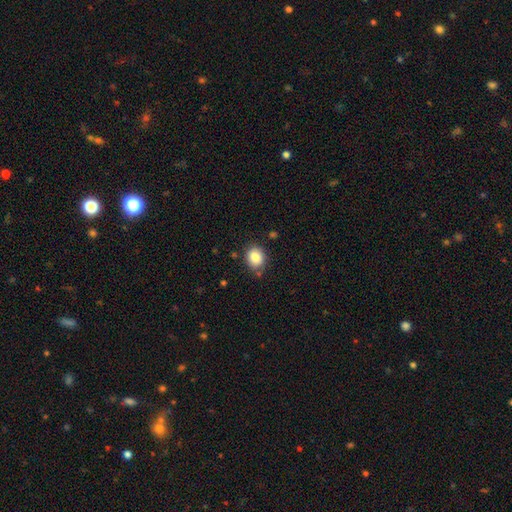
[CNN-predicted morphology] type=smooth (86%); roundness=round (55%); merging=none (80%).